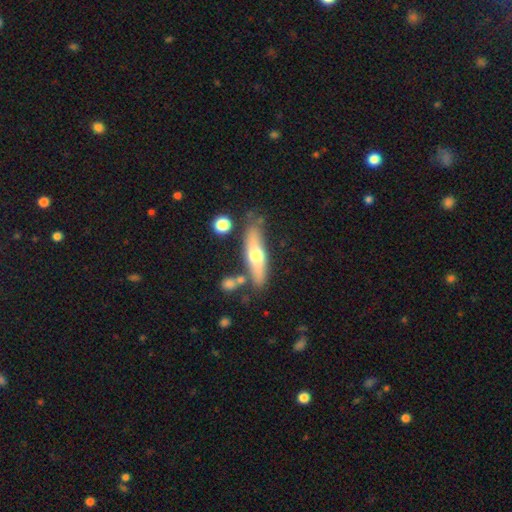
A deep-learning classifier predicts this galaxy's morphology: smooth_or_featured: smooth (p=0.51) [alt: featured or disk p=0.43]
how_rounded: cigar-shaped (p=0.68) [alt: in between p=0.29]
merging: none (p=0.74) [alt: minor disturbance p=0.15]